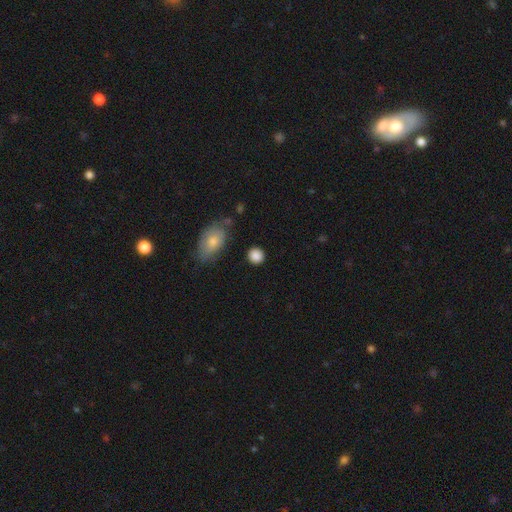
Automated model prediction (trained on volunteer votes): smooth_or_featured: smooth (p=0.88) [alt: star or artifact p=0.08]
how_rounded: round (p=0.86) [alt: in between p=0.13]
merging: none (p=0.85) [alt: minor disturbance p=0.09]